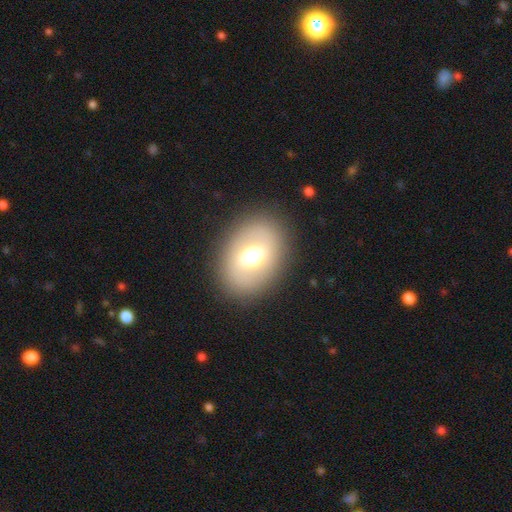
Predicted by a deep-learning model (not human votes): This appears to be a smooth galaxy with no disk features (54%) that is in between round and cigar-shaped (70%). Merging: none (86%).